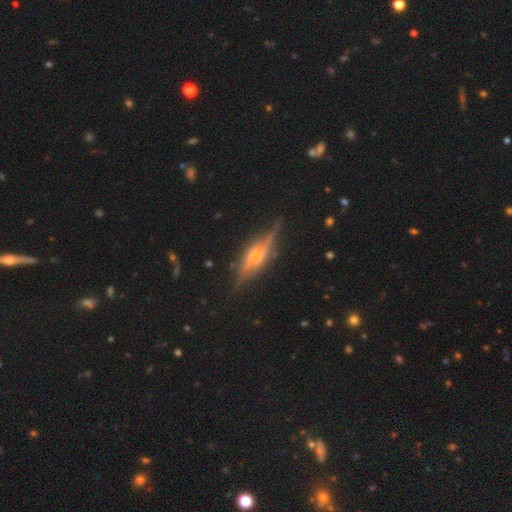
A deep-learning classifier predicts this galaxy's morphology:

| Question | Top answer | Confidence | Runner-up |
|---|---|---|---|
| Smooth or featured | featured or disk | 80% | smooth (13%) |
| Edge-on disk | yes | 92% | no (8%) |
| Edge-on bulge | rounded | 85% | boxy (11%) |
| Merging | none | 80% | minor disturbance (15%) |